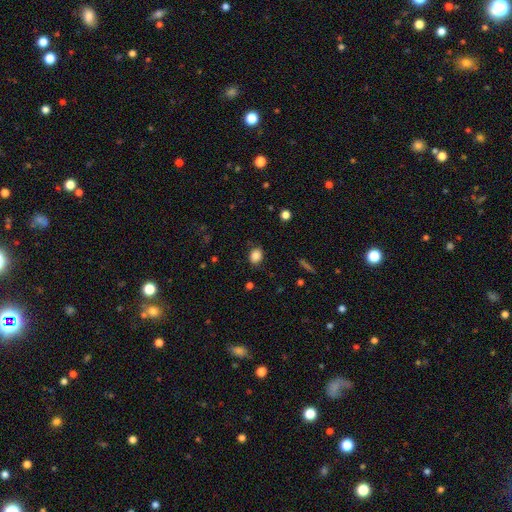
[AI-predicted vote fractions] This is clearly a smooth galaxy (85%). How rounded: possibly in between (57%). Merging: clearly none (82%).